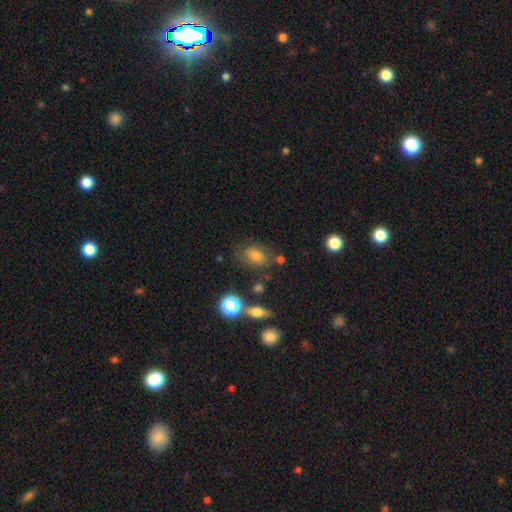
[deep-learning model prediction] smooth_or_featured: smooth (p=0.65) [alt: star or artifact p=0.18]
how_rounded: in between (p=0.72) [alt: round p=0.26]
merging: none (p=0.67) [alt: minor disturbance p=0.18]